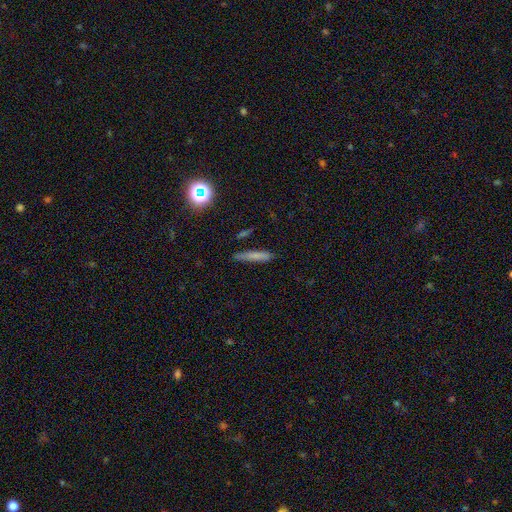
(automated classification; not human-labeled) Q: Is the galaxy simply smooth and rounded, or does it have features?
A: smooth — 73%.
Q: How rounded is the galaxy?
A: cigar-shaped — 91%.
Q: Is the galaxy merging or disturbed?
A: none — 82%.